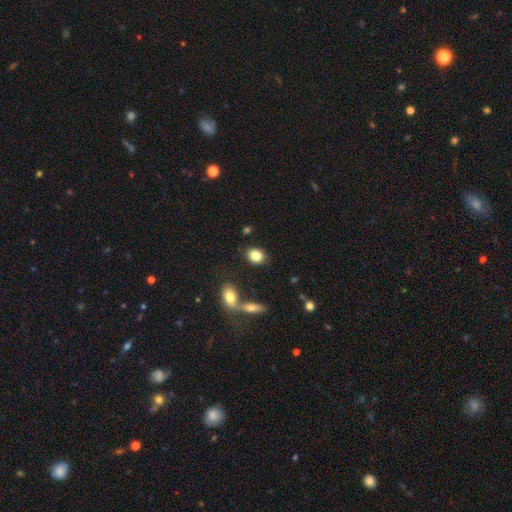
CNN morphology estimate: This is clearly a smooth galaxy (85%). How rounded: possibly in between (52%). Merging: likely none (80%).